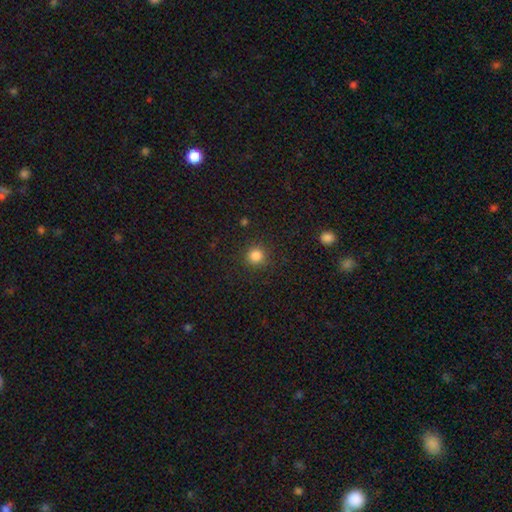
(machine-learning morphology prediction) type=smooth (83%); roundness=round (94%); merging=none (89%).